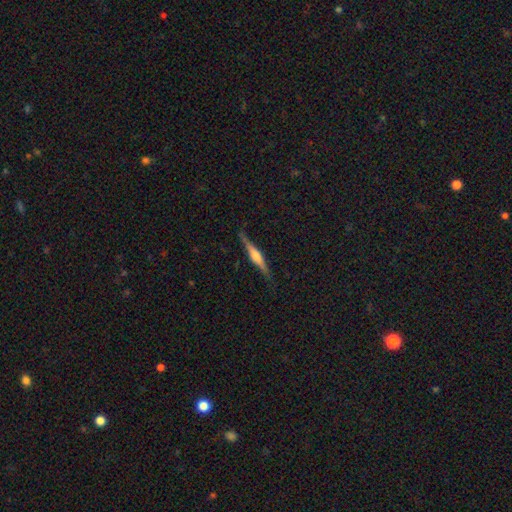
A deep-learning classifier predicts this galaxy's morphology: smooth-or-featured: featured or disk: 76% | smooth: 19% | star or artifact: 6%
  disk-edge-on: yes: 98% | no: 2%
    edge-on-bulge: rounded: 82% | boxy: 13% | none: 5%
  merging: none: 87% | minor disturbance: 10% | major disturbance: 2% | merger: 1%